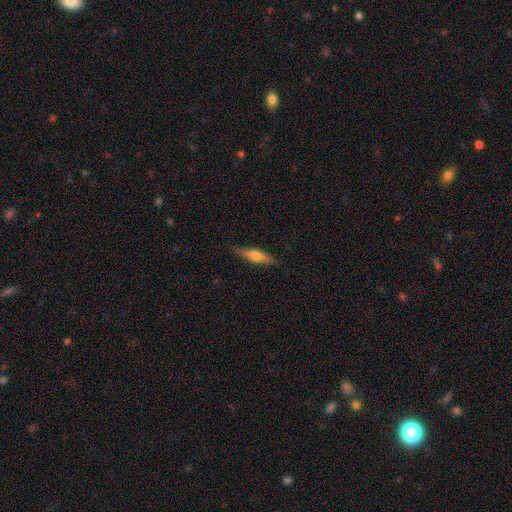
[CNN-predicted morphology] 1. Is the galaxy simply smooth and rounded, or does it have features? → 50% smooth, 43% featured or disk, 6% star or artifact.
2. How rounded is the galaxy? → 73% cigar-shaped, 25% in between, 2% round.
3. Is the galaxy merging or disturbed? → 85% none, 12% minor disturbance, 2% major disturbance, 1% merger.